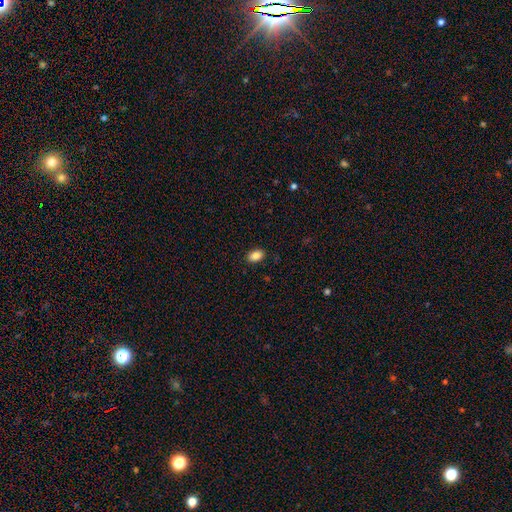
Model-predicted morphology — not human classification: smooth 87%, star or artifact 8%, featured or disk 5%. Down the decision tree: how rounded — in between (87%); merging — none (89%).